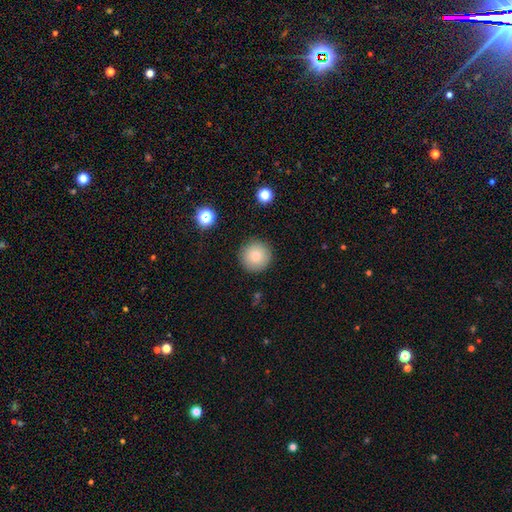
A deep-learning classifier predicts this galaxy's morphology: smooth 83%, star or artifact 9%, featured or disk 8%. Down the decision tree: how rounded — round (96%); merging — none (90%).